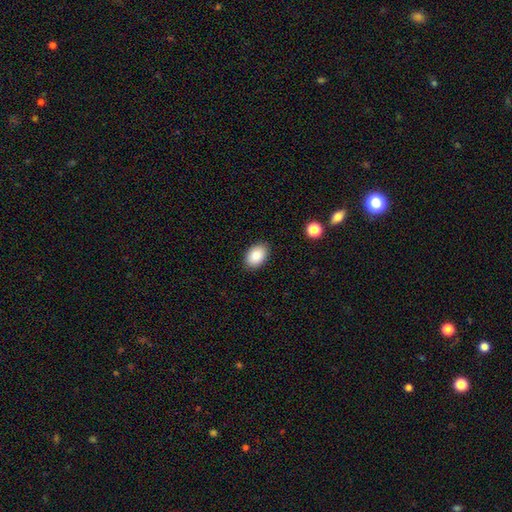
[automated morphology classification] Q: Smooth or featured?
A: smooth (86%); runner-up: star or artifact (8%)
Q: How rounded?
A: in between (87%); runner-up: round (12%)
Q: Merging?
A: none (88%); runner-up: minor disturbance (9%)